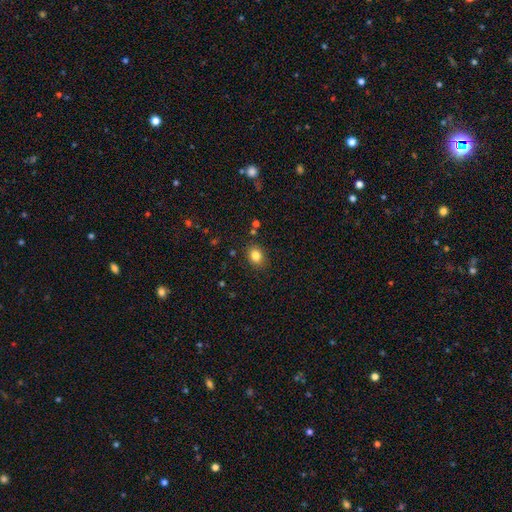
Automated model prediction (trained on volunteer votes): Overall: smooth (83%). How rounded: in between (51%; round 48%). Merging: none (85%).